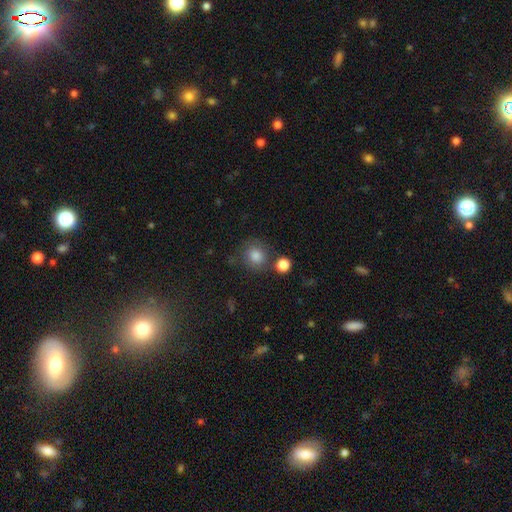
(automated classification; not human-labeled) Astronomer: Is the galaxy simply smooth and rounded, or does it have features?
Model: smooth — 81%.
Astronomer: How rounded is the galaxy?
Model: round — 84%.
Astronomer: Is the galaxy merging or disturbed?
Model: none — 72%.